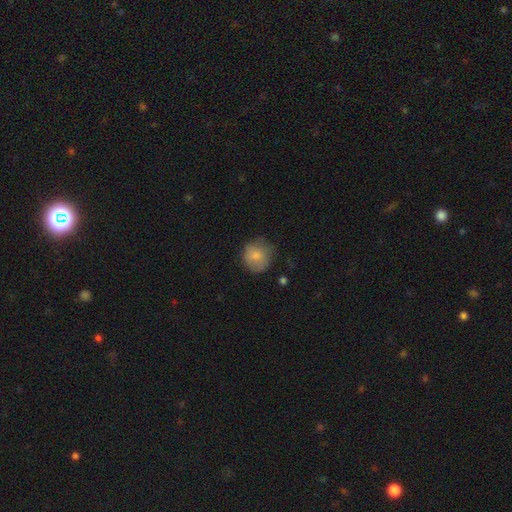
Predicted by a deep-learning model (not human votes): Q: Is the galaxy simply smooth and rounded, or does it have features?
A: smooth — 79%.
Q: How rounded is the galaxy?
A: round — 83%.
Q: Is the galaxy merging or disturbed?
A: none — 66%.